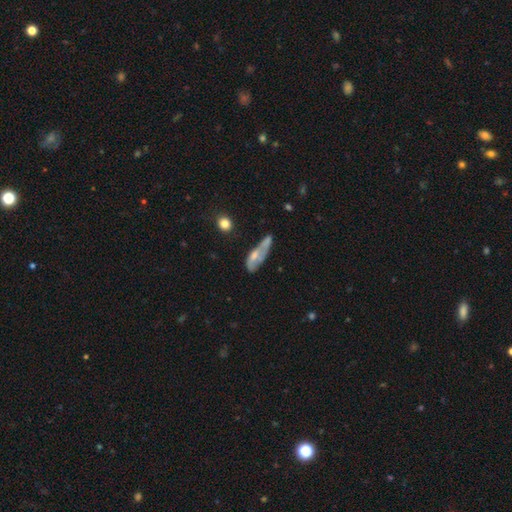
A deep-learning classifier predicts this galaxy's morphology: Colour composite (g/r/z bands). It shows a smooth galaxy with no disk features (54%) that is in between round and cigar-shaped (57%). Merging: minor disturbance (30%).